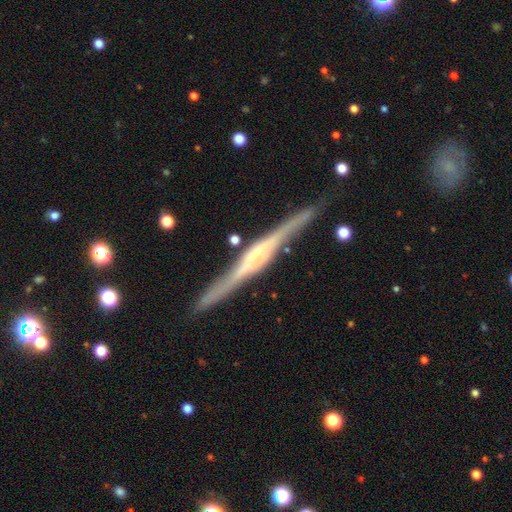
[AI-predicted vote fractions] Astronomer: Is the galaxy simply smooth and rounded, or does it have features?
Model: featured or disk — 84%.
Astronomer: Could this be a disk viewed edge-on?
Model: yes — 97%.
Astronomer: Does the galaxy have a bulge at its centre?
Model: rounded — 47% (runner-up: boxy, 42%).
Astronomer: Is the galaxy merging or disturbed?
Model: none — 84%.